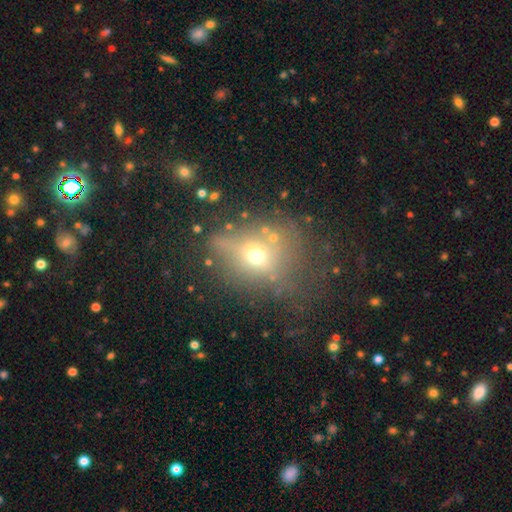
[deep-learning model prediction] Smooth or featured?
  - smooth: 48% *
  - featured or disk: 29%
  - star or artifact: 23%
Merging?
  - none: 49% *
  - minor disturbance: 22%
  - major disturbance: 20%
  - merger: 9%